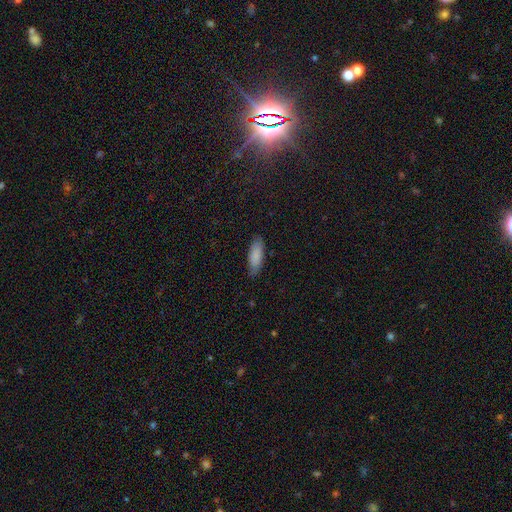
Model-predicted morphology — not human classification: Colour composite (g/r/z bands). It shows a smooth galaxy with no disk features (86%) that is in between round and cigar-shaped (65%). Merging: none (80%).